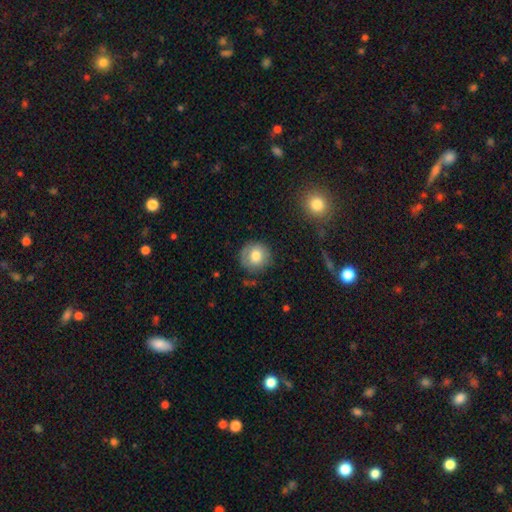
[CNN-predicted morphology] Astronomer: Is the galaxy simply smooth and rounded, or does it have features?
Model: smooth — 77%.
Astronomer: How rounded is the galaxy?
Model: round — 92%.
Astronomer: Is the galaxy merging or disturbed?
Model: none — 82%.